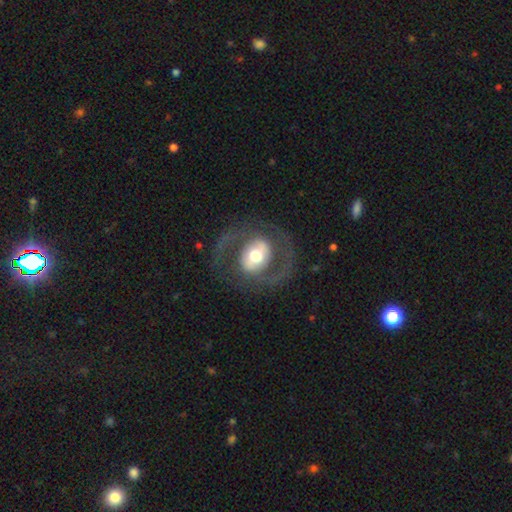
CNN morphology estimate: Smooth or featured: featured or disk — 73% (smooth — 21%)
Edge-on disk: no — 96% (yes — 4%)
Bar: no — 45% (weak — 31%)
Spiral arms: yes — 64% (no — 36%)
Bulge size: moderate — 59% (large — 29%)
Merging: none — 73% (major disturbance — 14%)